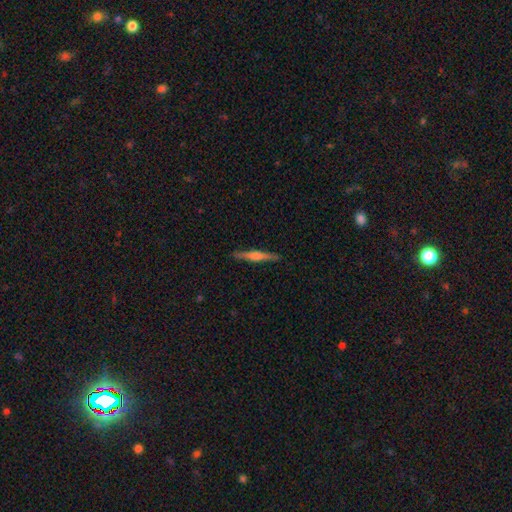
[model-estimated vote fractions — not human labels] smooth-or-featured: featured or disk: 65% | smooth: 29% | star or artifact: 6%
  disk-edge-on: yes: 98% | no: 2%
    edge-on-bulge: rounded: 71% | boxy: 17% | none: 11%
  merging: none: 90% | minor disturbance: 7% | major disturbance: 1% | merger: 1%